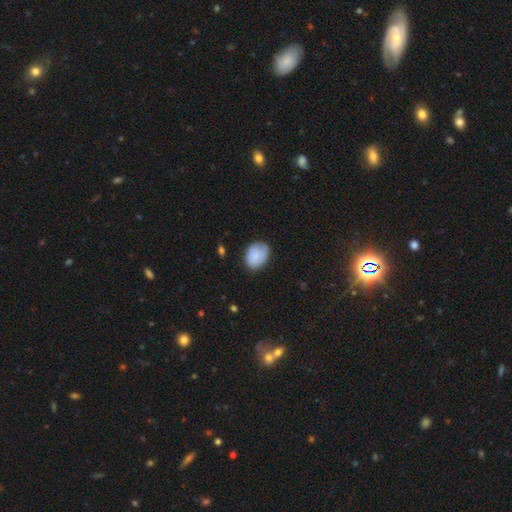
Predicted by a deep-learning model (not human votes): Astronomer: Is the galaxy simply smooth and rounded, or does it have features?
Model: smooth — 73%.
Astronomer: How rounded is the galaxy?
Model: in between — 71%.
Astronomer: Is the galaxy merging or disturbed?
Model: none — 69%.